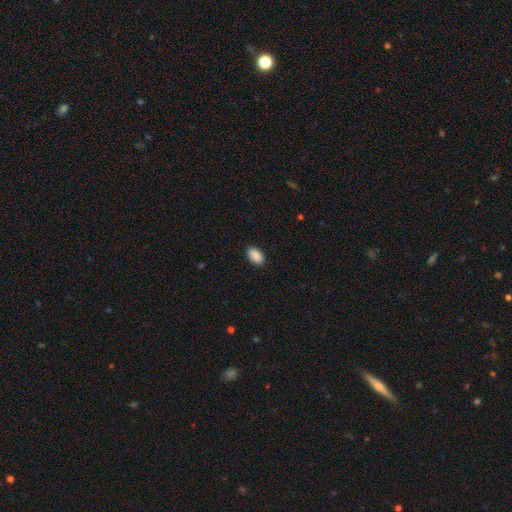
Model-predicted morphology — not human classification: This appears to be a smooth galaxy with no disk features (91%) that is in between round and cigar-shaped (92%). Merging: none (89%).